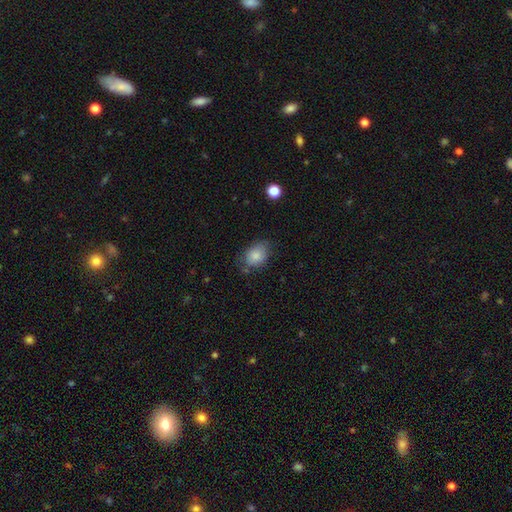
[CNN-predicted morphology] Overall: smooth (83%). How rounded: in between (77%). Merging: none (62%; minor disturbance 28%).